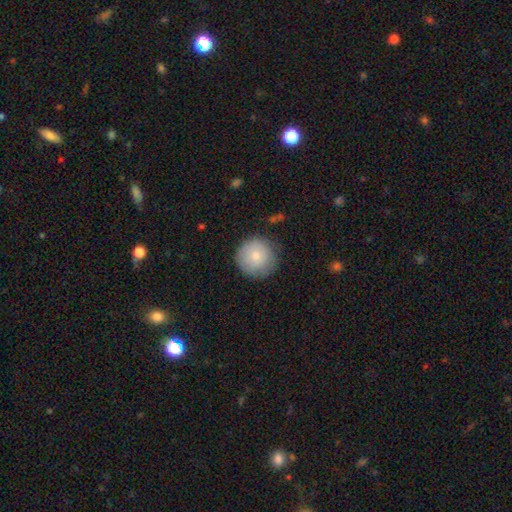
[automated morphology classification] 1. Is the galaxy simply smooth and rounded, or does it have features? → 81% smooth, 12% featured or disk, 7% star or artifact.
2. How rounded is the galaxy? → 95% round, 4% in between, 1% cigar-shaped.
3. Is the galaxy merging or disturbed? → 81% none, 14% minor disturbance, 4% major disturbance, 1% merger.